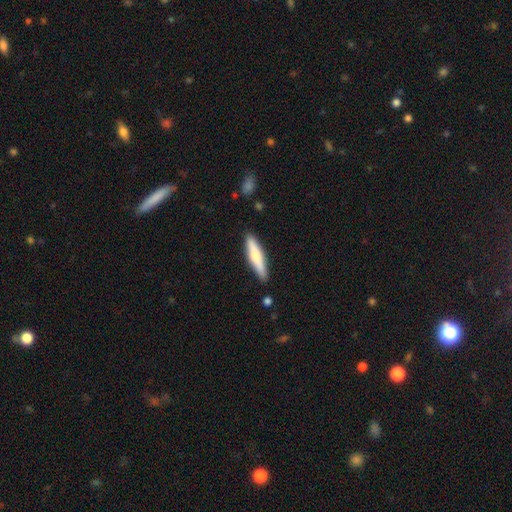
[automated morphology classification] Smooth or featured?
  - smooth: 60% *
  - featured or disk: 34%
  - star or artifact: 5%
How rounded?
  - cigar-shaped: 81% *
  - in between: 18%
  - round: 2%
Merging?
  - none: 87% *
  - minor disturbance: 10%
  - major disturbance: 2%
  - merger: 2%